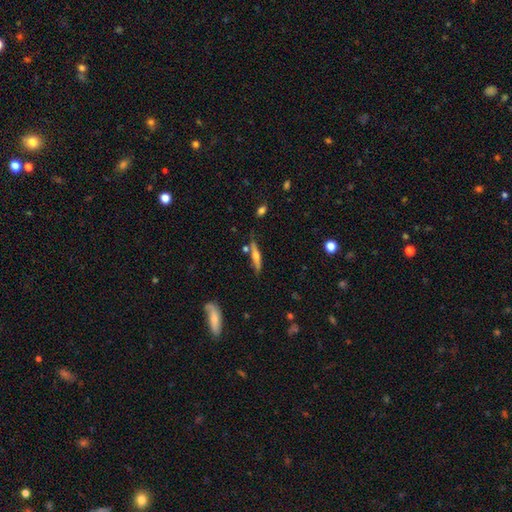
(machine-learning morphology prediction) Smooth or featured? Predicted: featured or disk (p=0.50). Edge-on disk? Predicted: yes (p=0.93). Merging? Predicted: none (p=0.73).